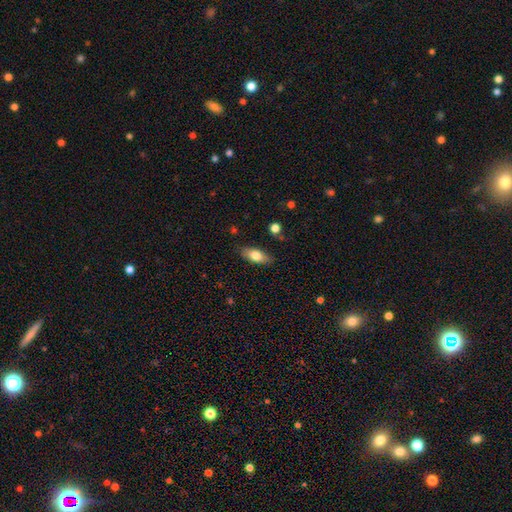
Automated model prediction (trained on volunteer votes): This appears to be a smooth galaxy with no disk features (77%) that is in between round and cigar-shaped (83%). Merging: none (83%).